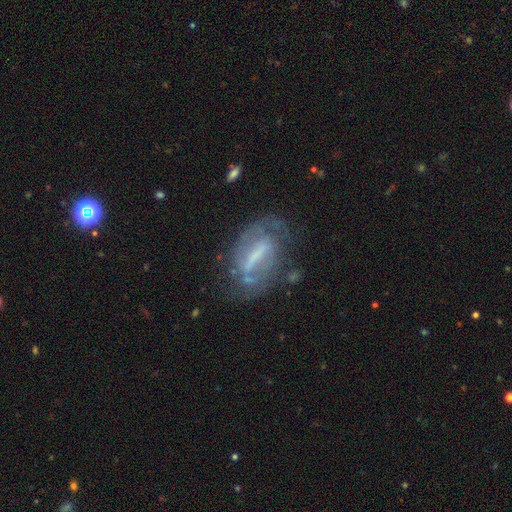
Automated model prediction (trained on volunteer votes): Smooth or featured? Predicted: featured or disk (p=0.73). Edge-on disk? Predicted: no (p=0.88). Bar? Predicted: strong (p=0.64). Spiral arms? Predicted: yes (p=0.67). Bulge size? Predicted: none (p=0.34). Merging? Predicted: none (p=0.59).